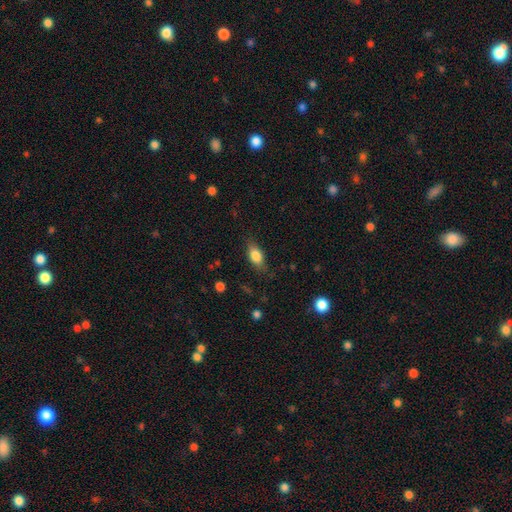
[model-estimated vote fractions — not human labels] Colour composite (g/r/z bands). It shows a smooth galaxy with no disk features (80%) that is in between round and cigar-shaped (84%). Merging: none (78%).